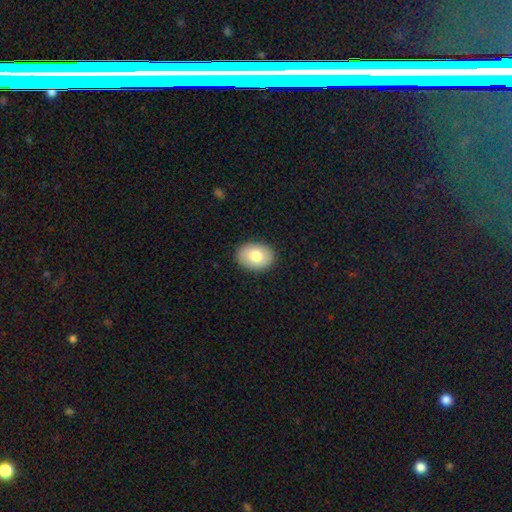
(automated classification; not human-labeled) This is likely a smooth galaxy (79%). How rounded: likely in between (74%). Merging: clearly none (90%).